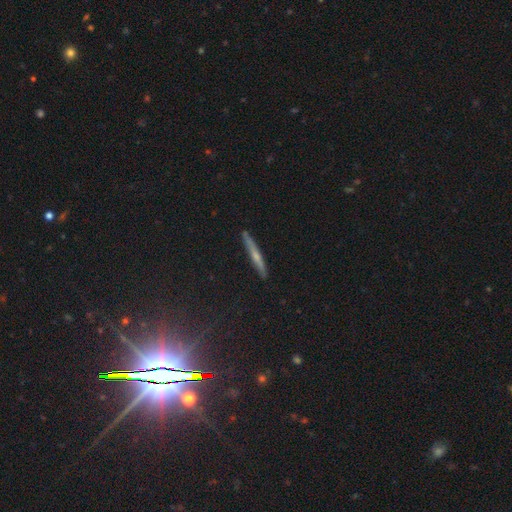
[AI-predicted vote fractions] A featured or disk galaxy (53%) viewed edge-on (96%) with a rounded central bulge (62%). Merging: none (89%).